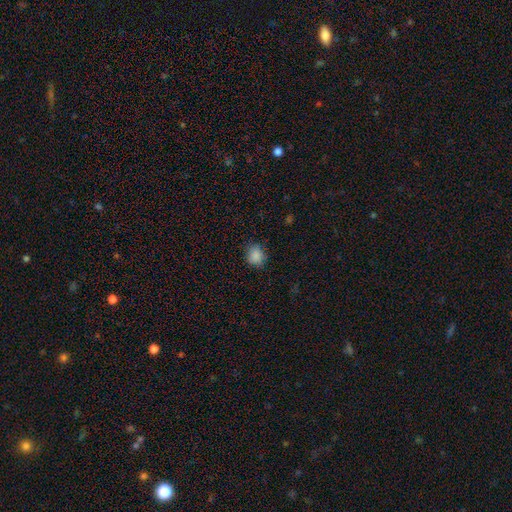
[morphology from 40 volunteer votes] Smooth or featured: smooth — 92% (featured or disk — 5%)
How rounded: round — 97% (in between — 3%)
Merging: none — 82% (minor disturbance — 13%)